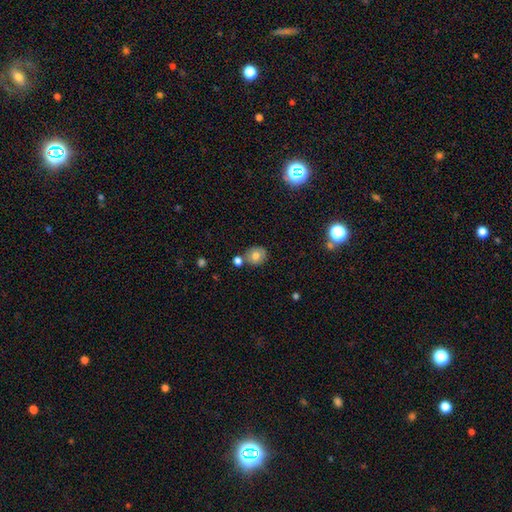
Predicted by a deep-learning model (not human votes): smooth 75%, featured or disk 14%, star or artifact 11%. Down the decision tree: how rounded — round (79%); merging — none (69%).